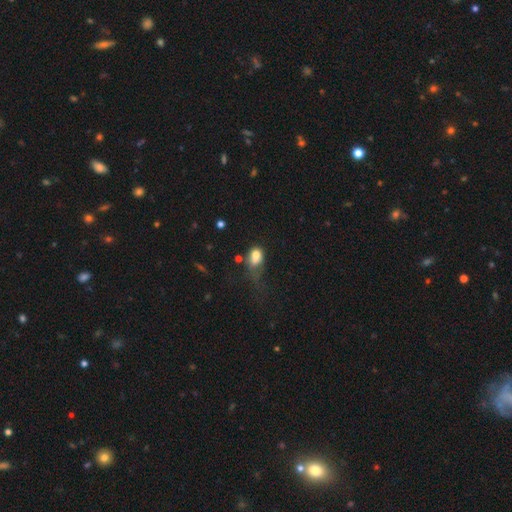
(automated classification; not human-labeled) Smooth or featured: smooth — 71% (featured or disk — 17%)
How rounded: in between — 66% (round — 31%)
Merging: major disturbance — 37% (merger — 23%)